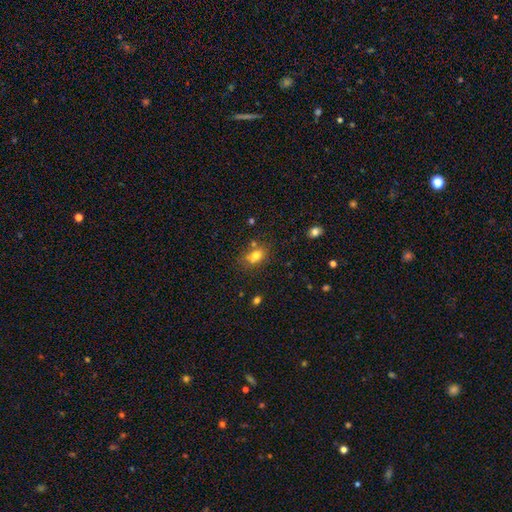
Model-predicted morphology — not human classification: smooth_or_featured: smooth (p=0.74) [alt: featured or disk p=0.13]
how_rounded: in between (p=0.73) [alt: round p=0.25]
merging: none (p=0.64) [alt: minor disturbance p=0.17]